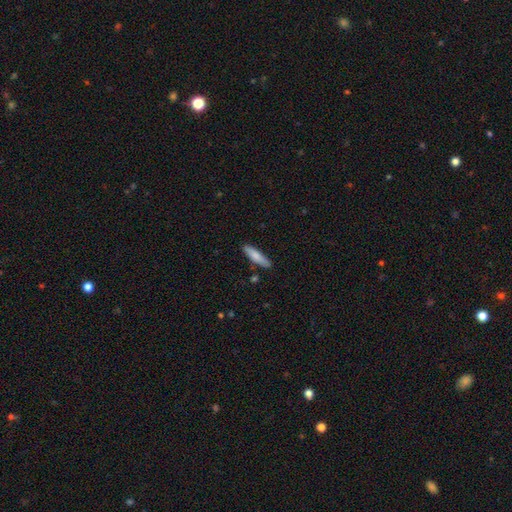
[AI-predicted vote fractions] A smooth galaxy with no disk features (79%) that is cigar-shaped (78%).

Vote fractions:
- Smooth or featured? smooth: 79% / featured or disk: 15% / star or artifact: 6%
- How rounded? cigar-shaped: 78% / in between: 20% / round: 1%
- Merging? none: 87% / minor disturbance: 9% / merger: 2% / major disturbance: 2%